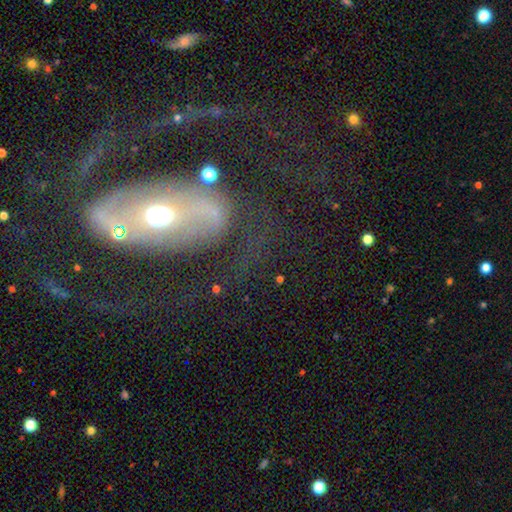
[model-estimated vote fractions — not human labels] This is clearly a featured or disk galaxy (85%). It is clearly not viewed edge-on (94%). Bar: marginally strong (36%). Spiral arm pattern: clearly yes (86%). Spiral arm count: clearly 2 (88%). Spiral winding: possibly medium (47%). Central bulge: likely moderate (67%). Merging: likely none (68%).